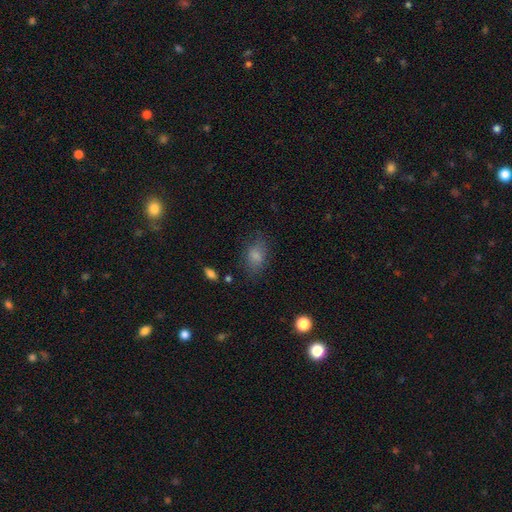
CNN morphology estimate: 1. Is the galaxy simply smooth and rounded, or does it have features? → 79% smooth, 10% featured or disk, 10% star or artifact.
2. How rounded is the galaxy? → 82% in between, 16% round, 2% cigar-shaped.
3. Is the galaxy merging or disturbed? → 69% none, 20% minor disturbance, 9% major disturbance, 2% merger.